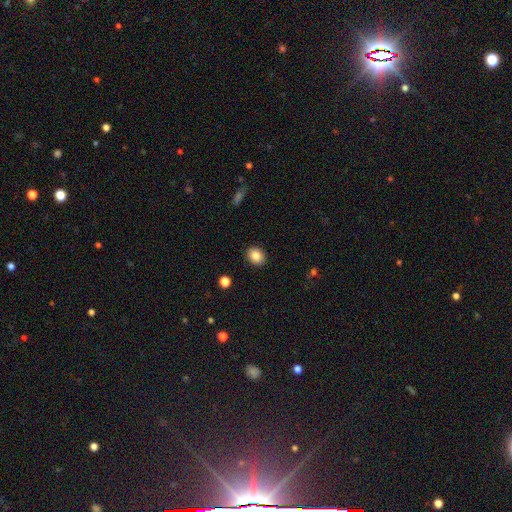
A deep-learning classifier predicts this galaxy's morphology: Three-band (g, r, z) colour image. It shows a smooth galaxy with no disk features (84%) that is round (53%). Merging: none (90%).